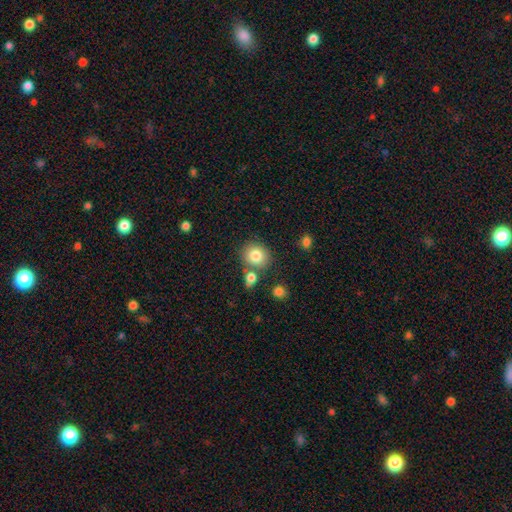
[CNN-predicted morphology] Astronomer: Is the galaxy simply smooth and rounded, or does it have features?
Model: smooth — 81%.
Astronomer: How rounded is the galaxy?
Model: round — 83%.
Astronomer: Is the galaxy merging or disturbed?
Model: none — 72%.